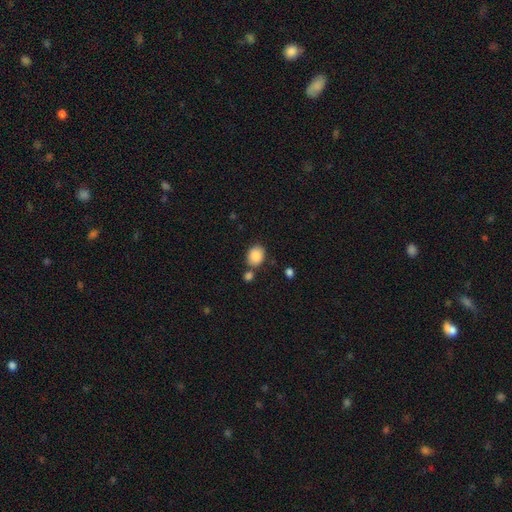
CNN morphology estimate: A smooth galaxy with no disk features (88%) that is in between round and cigar-shaped (52%). Merging: none (67%).